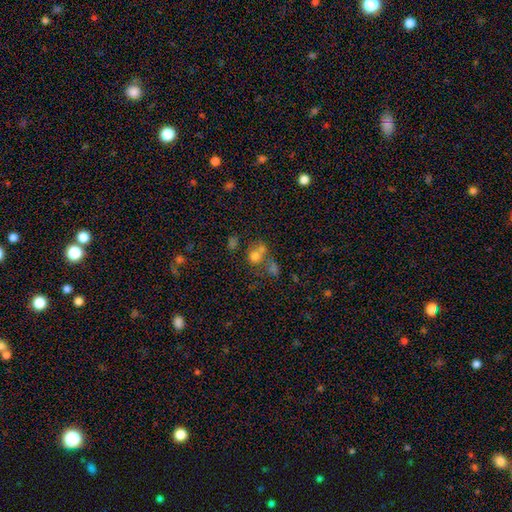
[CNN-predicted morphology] Q: Smooth or featured?
A: smooth (63%); runner-up: star or artifact (21%)
Q: How rounded?
A: round (71%); runner-up: in between (28%)
Q: Merging?
A: merger (46%); runner-up: none (35%)